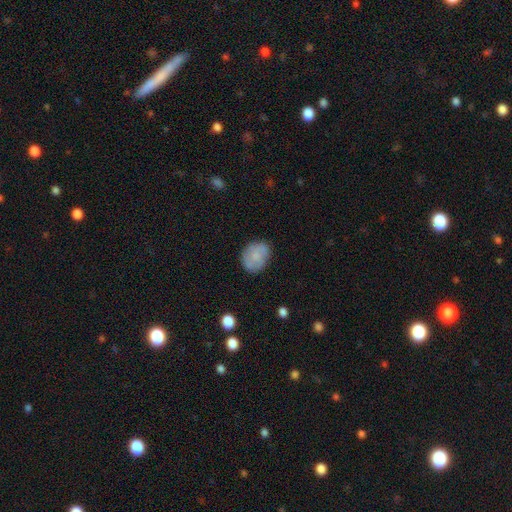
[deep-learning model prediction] smooth_or_featured: smooth (p=0.70) [alt: featured or disk p=0.23]
how_rounded: in between (p=0.56) [alt: round p=0.43]
merging: none (p=0.76) [alt: minor disturbance p=0.18]